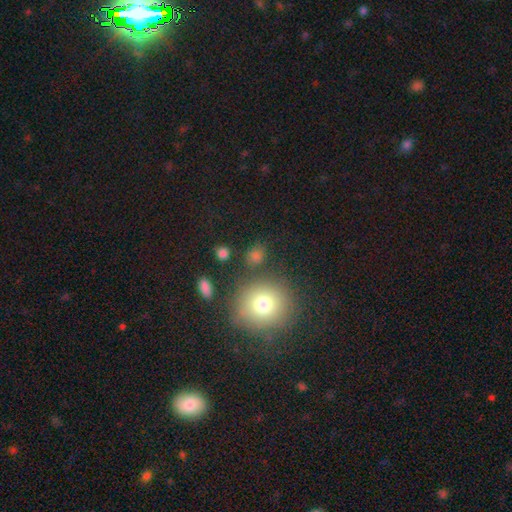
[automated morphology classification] Q: Smooth or featured?
A: smooth (74%); runner-up: star or artifact (18%)
Q: How rounded?
A: round (70%); runner-up: in between (28%)
Q: Merging?
A: none (76%); runner-up: minor disturbance (11%)